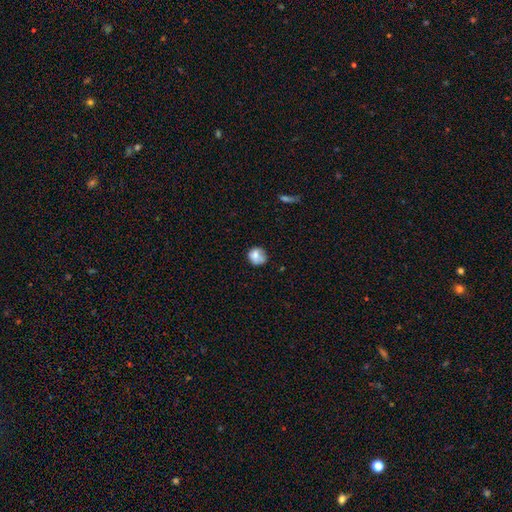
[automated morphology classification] Q: Smooth or featured?
A: smooth (75%); runner-up: featured or disk (16%)
Q: How rounded?
A: round (76%); runner-up: in between (23%)
Q: Merging?
A: none (56%); runner-up: minor disturbance (28%)